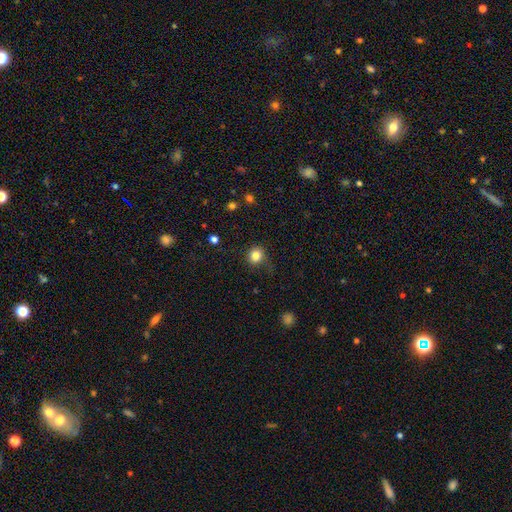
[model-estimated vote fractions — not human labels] A smooth galaxy with no disk features (83%) that is round (83%).

Vote fractions:
- Smooth or featured? smooth: 83% / star or artifact: 12% / featured or disk: 5%
- How rounded? round: 83% / in between: 16% / cigar-shaped: 1%
- Merging? none: 79% / minor disturbance: 14% / major disturbance: 5% / merger: 1%